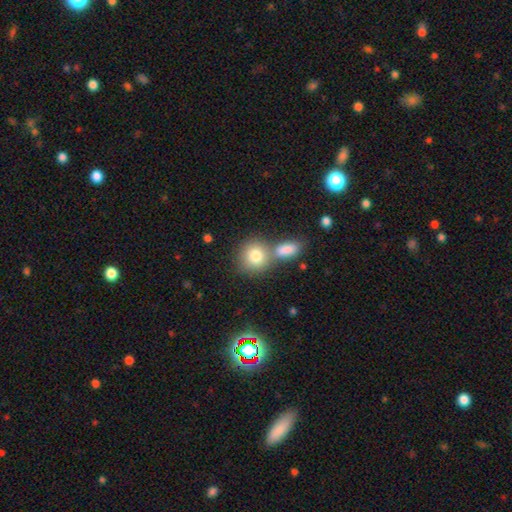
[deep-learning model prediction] Smooth or featured?
  - smooth: 80% *
  - featured or disk: 11%
  - star or artifact: 9%
How rounded?
  - round: 81% *
  - in between: 18%
  - cigar-shaped: 1%
Merging?
  - none: 50% *
  - merger: 37%
  - minor disturbance: 9%
  - major disturbance: 3%